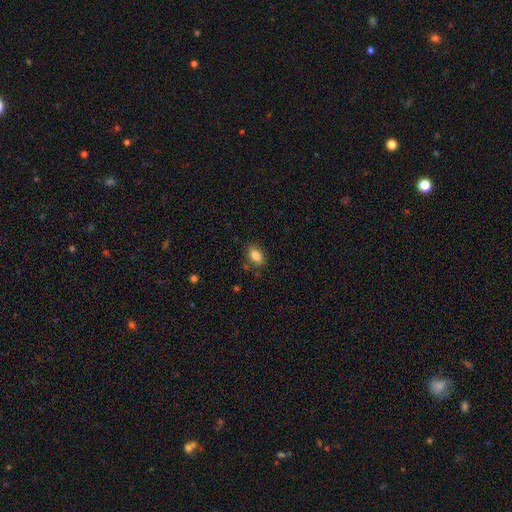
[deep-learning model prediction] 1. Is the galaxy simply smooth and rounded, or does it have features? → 82% smooth, 10% featured or disk, 9% star or artifact.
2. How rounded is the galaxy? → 86% in between, 11% round, 3% cigar-shaped.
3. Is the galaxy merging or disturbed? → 81% none, 14% minor disturbance, 3% major disturbance, 2% merger.